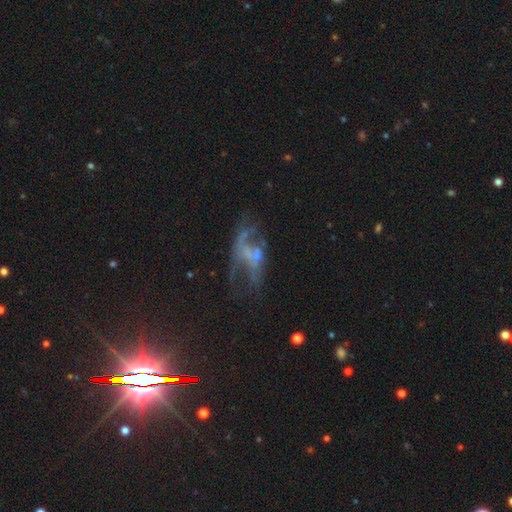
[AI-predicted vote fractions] Smooth or featured? Predicted: featured or disk (p=0.62). Edge-on disk? Predicted: no (p=0.94). Bar? Predicted: no (p=0.76). Spiral arms? Predicted: no (p=0.62). Bulge size? Predicted: none (p=0.51). Merging? Predicted: major disturbance (p=0.40).